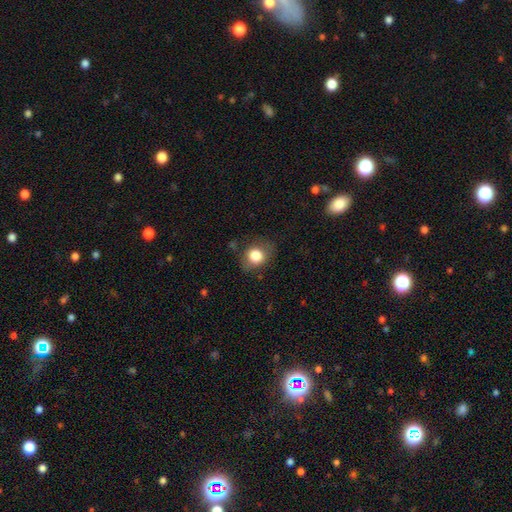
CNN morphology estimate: smooth-or-featured: smooth: 81% | featured or disk: 10% | star or artifact: 9%
  how-rounded: round: 66% | in between: 33% | cigar-shaped: 1%
  merging: none: 69% | minor disturbance: 21% | major disturbance: 8% | merger: 2%